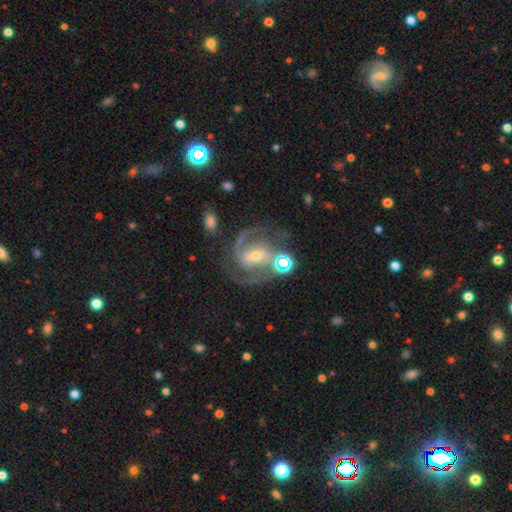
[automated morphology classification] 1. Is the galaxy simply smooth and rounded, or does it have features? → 89% featured or disk, 6% star or artifact, 4% smooth.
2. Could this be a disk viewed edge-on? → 98% no, 2% yes.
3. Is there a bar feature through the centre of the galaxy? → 41% weak, 36% strong, 23% no.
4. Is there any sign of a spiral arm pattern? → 98% yes, 2% no.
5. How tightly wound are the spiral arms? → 59% medium, 30% tight, 11% loose.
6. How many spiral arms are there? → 83% 2, 8% 3, 4% can't tell, 2% 1, 2% 4, 1% more than 4.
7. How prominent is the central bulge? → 61% small, 34% moderate, 2% large, 2% none, 1% dominant.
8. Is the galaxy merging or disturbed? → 69% none, 15% minor disturbance, 9% major disturbance, 7% merger.